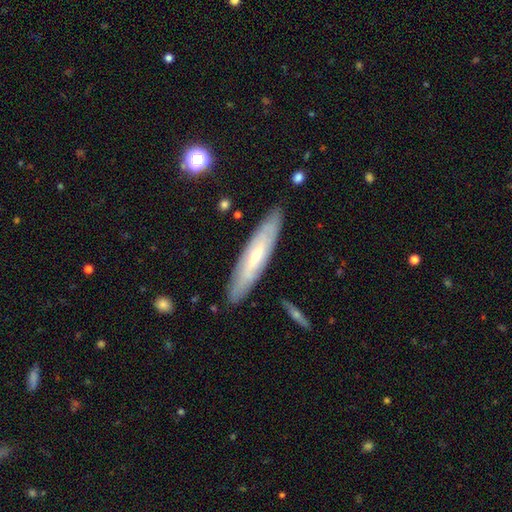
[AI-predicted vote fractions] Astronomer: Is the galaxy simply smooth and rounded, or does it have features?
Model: featured or disk — 60%.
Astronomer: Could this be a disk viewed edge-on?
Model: yes — 50%, tied with no at 50%.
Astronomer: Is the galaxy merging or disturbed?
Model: none — 86%.